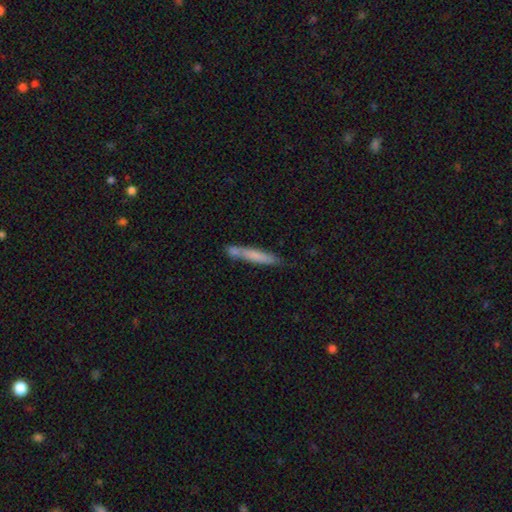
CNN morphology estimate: Smooth or featured: smooth — 70% (featured or disk — 24%)
How rounded: cigar-shaped — 92% (in between — 6%)
Merging: none — 61% (merger — 18%)